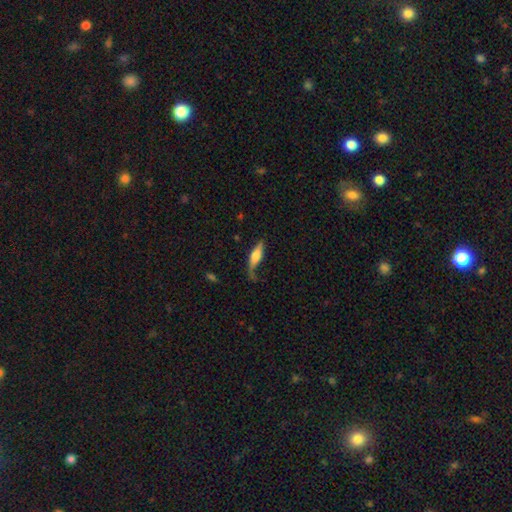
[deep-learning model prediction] Morphology: type=smooth (54%); roundness=cigar-shaped (50%); merging=none (43%).